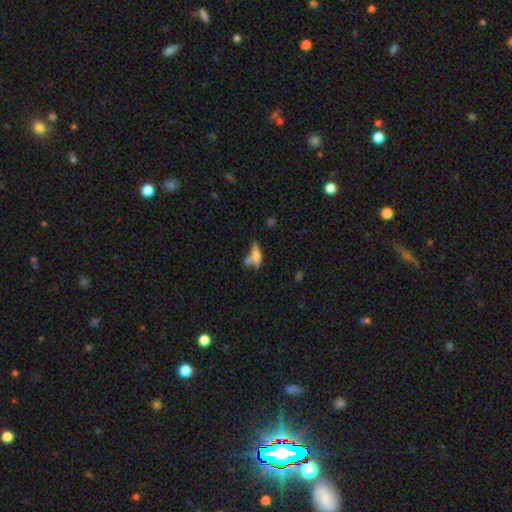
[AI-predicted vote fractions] Smooth or featured? Predicted: smooth (p=0.51). How rounded? Predicted: in between (p=0.50). Merging? Predicted: none (p=0.36).